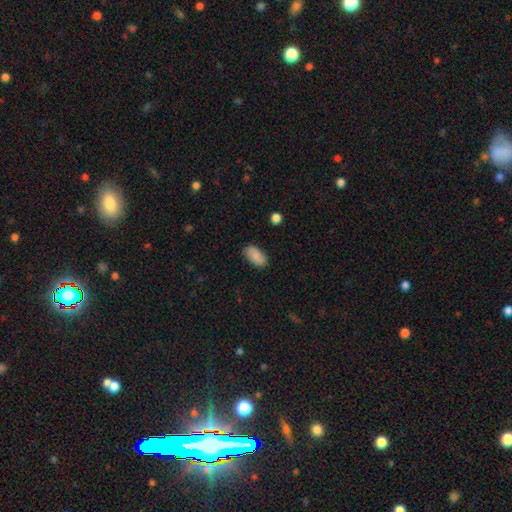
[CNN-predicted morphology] Smooth or featured?
  - smooth: 86% *
  - featured or disk: 7%
  - star or artifact: 7%
How rounded?
  - in between: 94% *
  - cigar-shaped: 4%
  - round: 3%
Merging?
  - none: 85% *
  - minor disturbance: 11%
  - major disturbance: 3%
  - merger: 1%